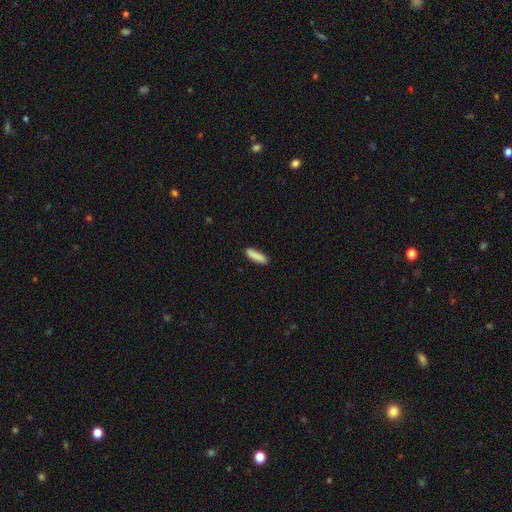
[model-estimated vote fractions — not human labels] Overall: smooth (88%). How rounded: cigar-shaped (69%). Merging: none (86%).